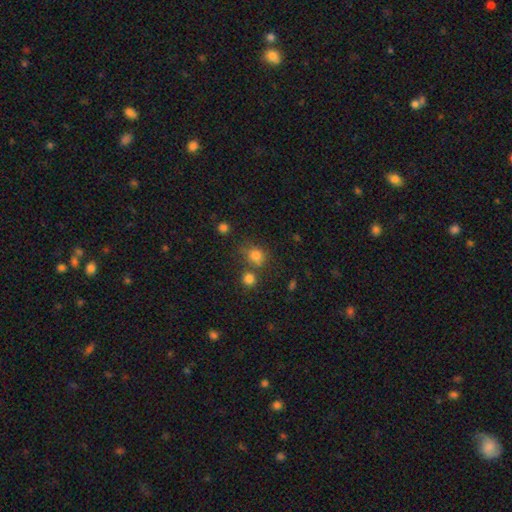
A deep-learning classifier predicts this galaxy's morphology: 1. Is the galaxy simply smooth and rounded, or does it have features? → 78% smooth, 15% star or artifact, 7% featured or disk.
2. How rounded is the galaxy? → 75% round, 24% in between, 1% cigar-shaped.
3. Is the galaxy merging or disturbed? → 58% none, 22% merger, 14% minor disturbance, 6% major disturbance.